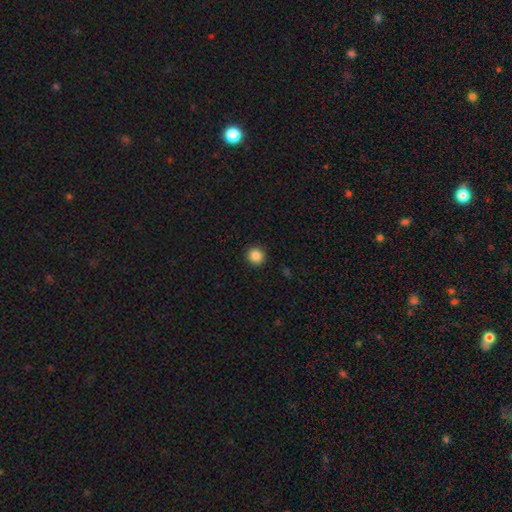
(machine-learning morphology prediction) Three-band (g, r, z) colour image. It shows a smooth galaxy with no disk features (87%) that is round (93%). Merging: none (93%).